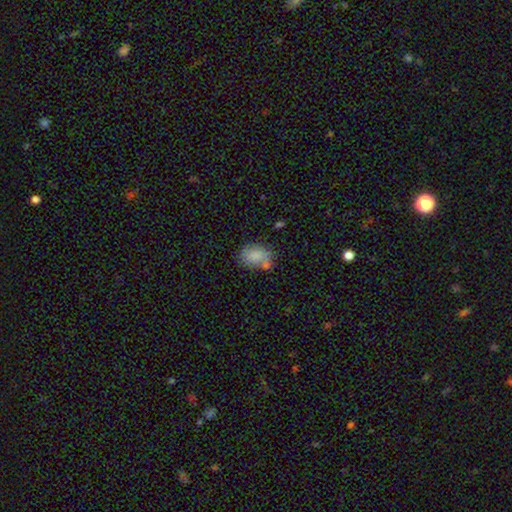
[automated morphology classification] type=smooth (78%); roundness=in between (77%); merging=none (48%).